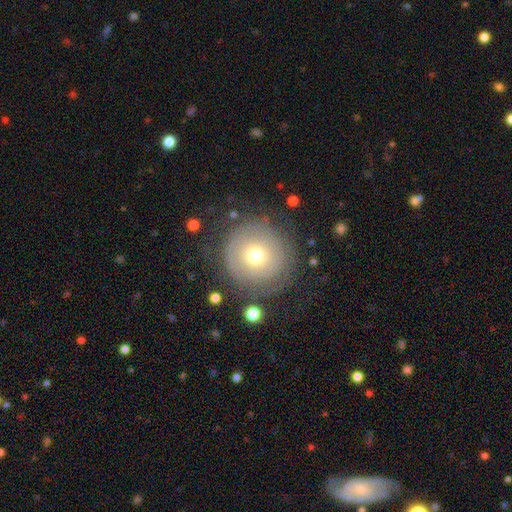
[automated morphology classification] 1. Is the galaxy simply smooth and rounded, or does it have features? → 56% smooth, 34% featured or disk, 10% star or artifact.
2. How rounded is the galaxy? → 94% round, 5% in between, 1% cigar-shaped.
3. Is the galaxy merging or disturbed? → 75% none, 14% minor disturbance, 8% major disturbance, 2% merger.